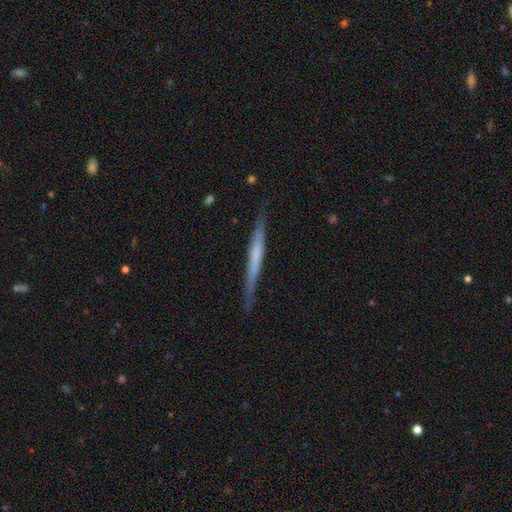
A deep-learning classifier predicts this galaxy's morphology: smooth-or-featured: featured or disk: 57% | smooth: 37% | star or artifact: 6%
  disk-edge-on: yes: 96% | no: 4%
    edge-on-bulge: none: 69% | boxy: 17% | rounded: 14%
  merging: none: 85% | minor disturbance: 11% | major disturbance: 2% | merger: 1%